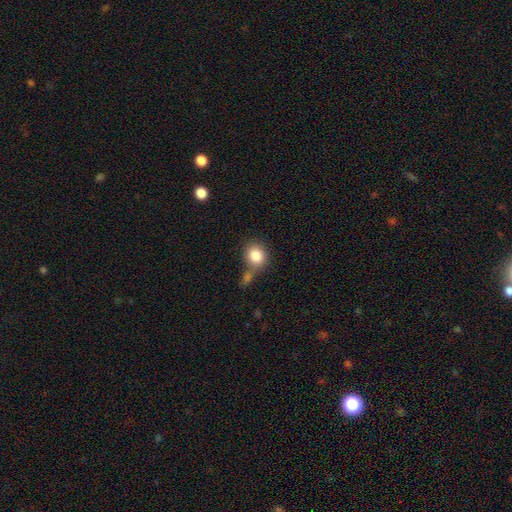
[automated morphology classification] The model was most divided on "merging": none: 49%, merger: 28%, minor disturbance: 15%, major disturbance: 7%. More confident: smooth or featured — smooth (84%); how rounded — round (71%).